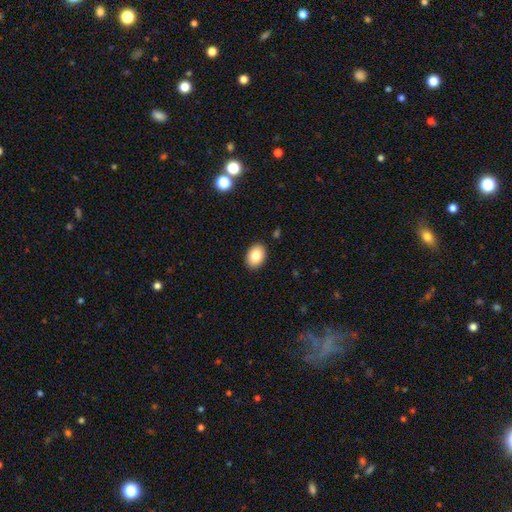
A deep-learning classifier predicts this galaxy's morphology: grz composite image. It shows a smooth galaxy with no disk features (84%) that is in between round and cigar-shaped (75%). Merging: none (90%).